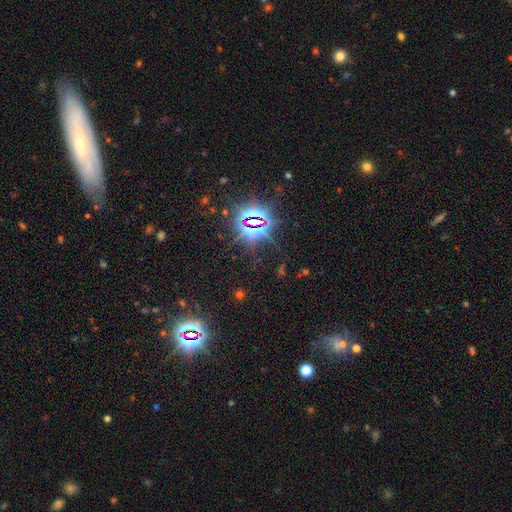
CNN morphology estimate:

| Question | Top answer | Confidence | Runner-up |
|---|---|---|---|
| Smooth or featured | star or artifact | 81% | smooth (11%) |